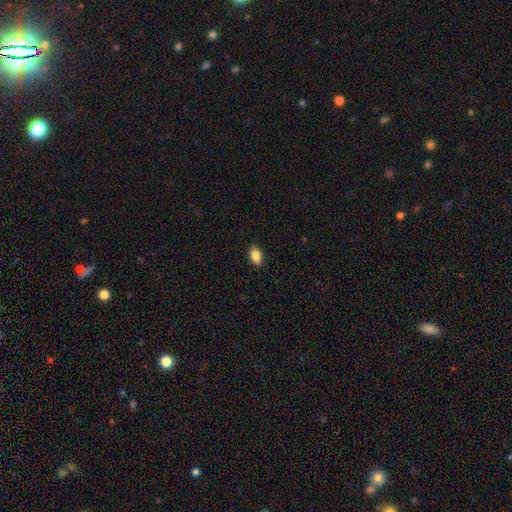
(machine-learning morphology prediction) smooth 86%, star or artifact 8%, featured or disk 6%. Down the decision tree: how rounded — in between (91%); merging — none (89%).